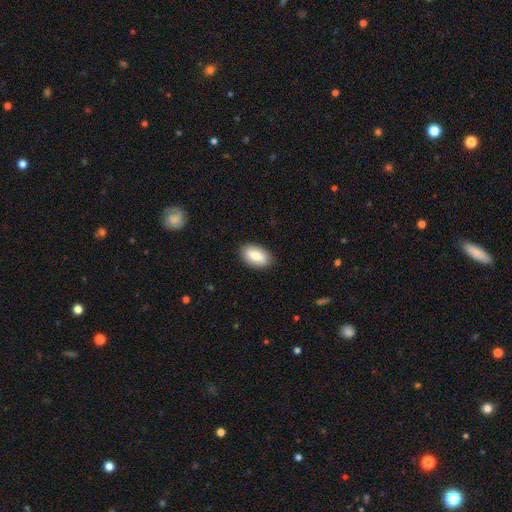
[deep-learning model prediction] A smooth galaxy with no disk features (78%) that is in between round and cigar-shaped (93%).

Vote fractions:
- Smooth or featured? smooth: 78% / featured or disk: 15% / star or artifact: 6%
- How rounded? in between: 93% / round: 5% / cigar-shaped: 3%
- Merging? none: 87% / minor disturbance: 9% / major disturbance: 2% / merger: 1%